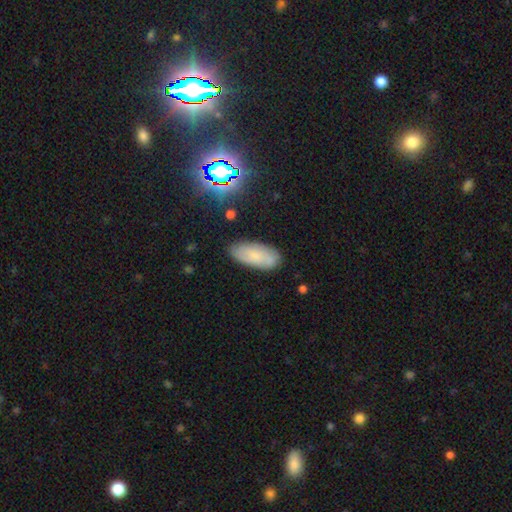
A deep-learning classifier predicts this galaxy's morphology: Smooth or featured? smooth (67%)
How rounded? in between (85%)
Merging? none (78%)